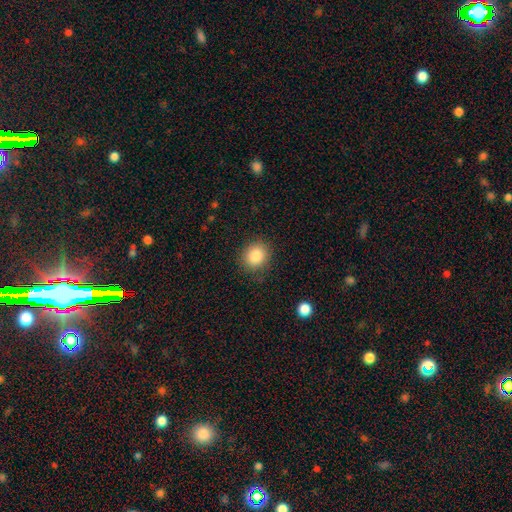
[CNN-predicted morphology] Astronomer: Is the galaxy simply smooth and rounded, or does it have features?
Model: smooth — 86%.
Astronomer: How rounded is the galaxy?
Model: round — 77%.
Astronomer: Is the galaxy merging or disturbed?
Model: none — 86%.